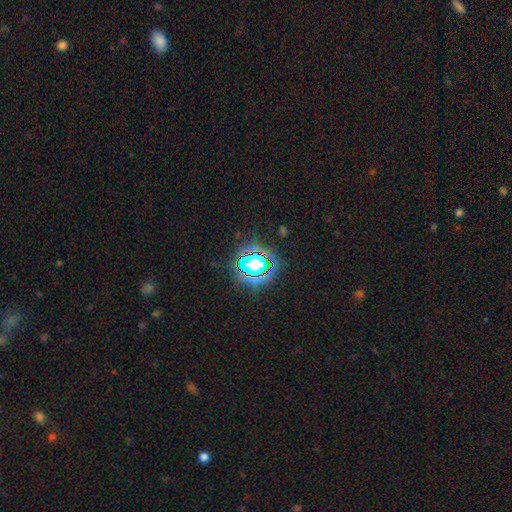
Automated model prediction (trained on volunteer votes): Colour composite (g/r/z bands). It shows a star or artifact, not a galaxy (72%).